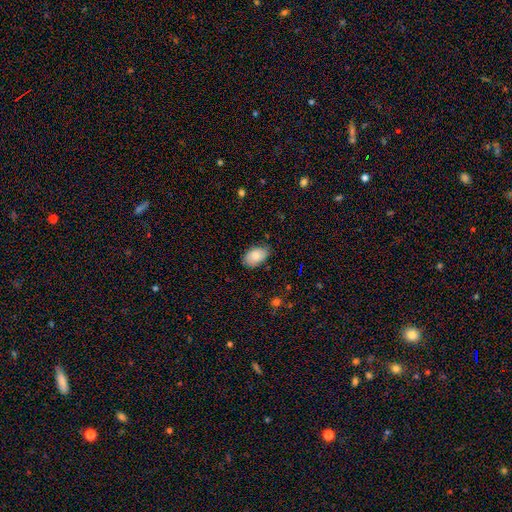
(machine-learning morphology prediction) A smooth galaxy with no disk features (81%) that is in between round and cigar-shaped (93%).

Vote fractions:
- Smooth or featured? smooth: 81% / featured or disk: 12% / star or artifact: 7%
- How rounded? in between: 93% / round: 6% / cigar-shaped: 1%
- Merging? none: 75% / minor disturbance: 21% / major disturbance: 3% / merger: 1%